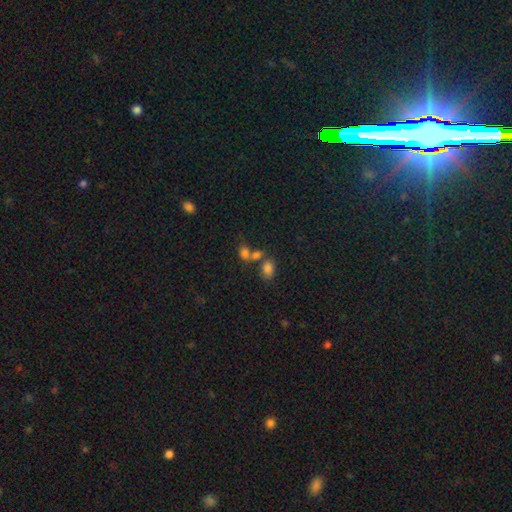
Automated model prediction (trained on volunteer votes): Overall: smooth (67%). How rounded: in between (68%; round 30%). Merging: none (46%; merger 40%).